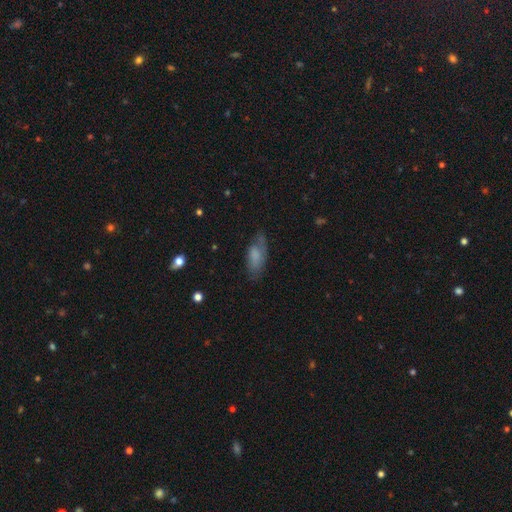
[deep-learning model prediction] Smooth or featured? Predicted: smooth (p=0.66). How rounded? Predicted: in between (p=0.82). Merging? Predicted: none (p=0.58).